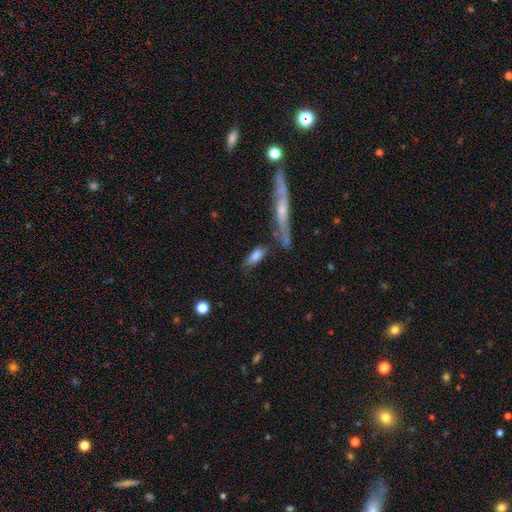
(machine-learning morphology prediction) Smooth or featured? smooth (72%)
How rounded? in between (66%)
Merging? none (62%)